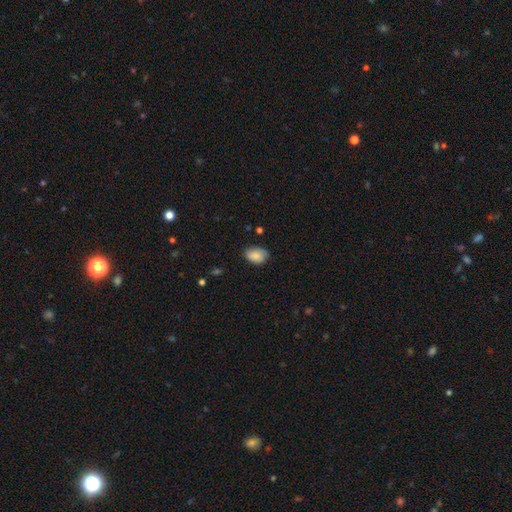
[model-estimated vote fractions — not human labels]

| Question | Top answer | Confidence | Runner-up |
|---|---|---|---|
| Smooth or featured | smooth | 84% | featured or disk (9%) |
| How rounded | in between | 81% | round (18%) |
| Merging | none | 73% | minor disturbance (22%) |